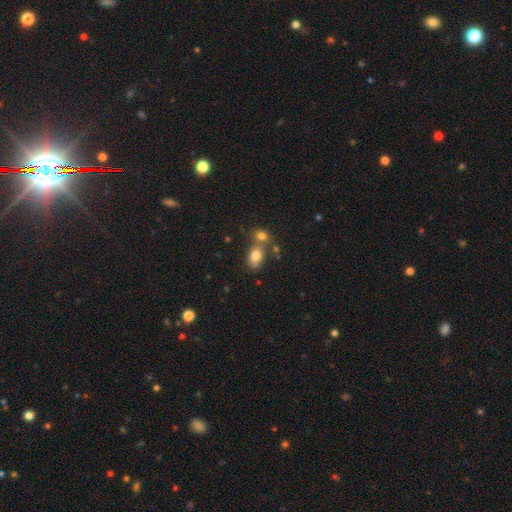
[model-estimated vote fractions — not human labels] A smooth galaxy with no disk features (80%) that is in between round and cigar-shaped (83%).

Vote fractions:
- Smooth or featured? smooth: 80% / featured or disk: 10% / star or artifact: 10%
- How rounded? in between: 83% / round: 15% / cigar-shaped: 2%
- Merging? none: 45% / merger: 39% / minor disturbance: 11% / major disturbance: 4%